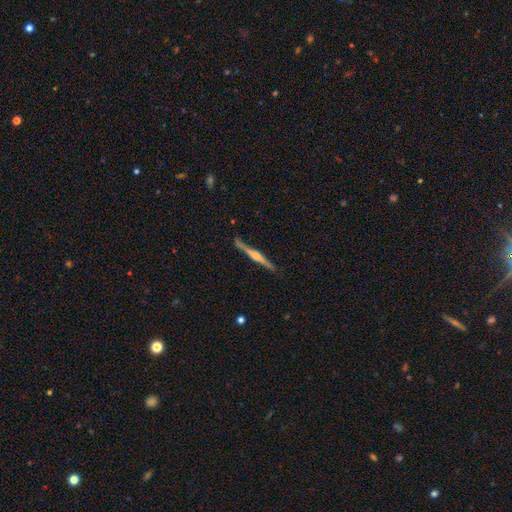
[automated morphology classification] smooth-or-featured: featured or disk: 73% | smooth: 22% | star or artifact: 6%
  disk-edge-on: yes: 98% | no: 2%
    edge-on-bulge: rounded: 66% | boxy: 23% | none: 11%
  merging: none: 86% | minor disturbance: 10% | major disturbance: 2% | merger: 2%